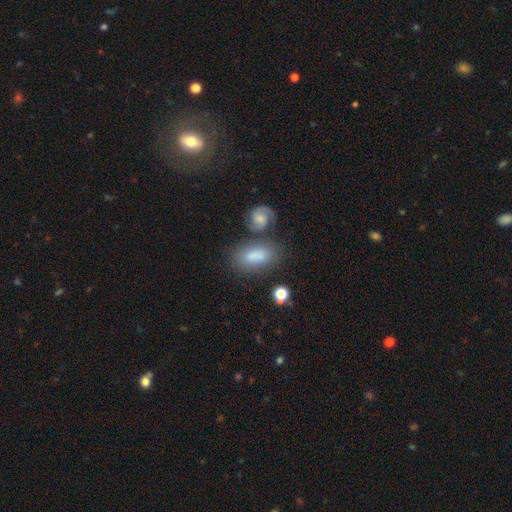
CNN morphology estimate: Smooth or featured? smooth (76%)
How rounded? in between (87%)
Merging? none (58%)